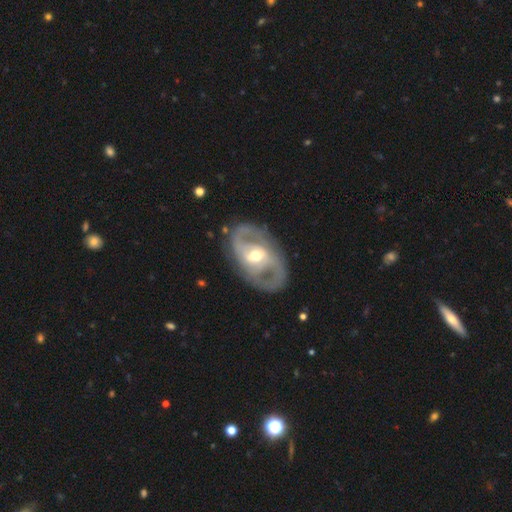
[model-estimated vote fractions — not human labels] Overall: featured or disk (86%). Edge-on disk: no (96%). Bar: weak (43%; strong 30%). Spiral arms: yes (86%). Spiral arm count: 2 (86%). Spiral winding: medium (51%; tight 27%). Bulge size: moderate (70%). Merging: none (79%).